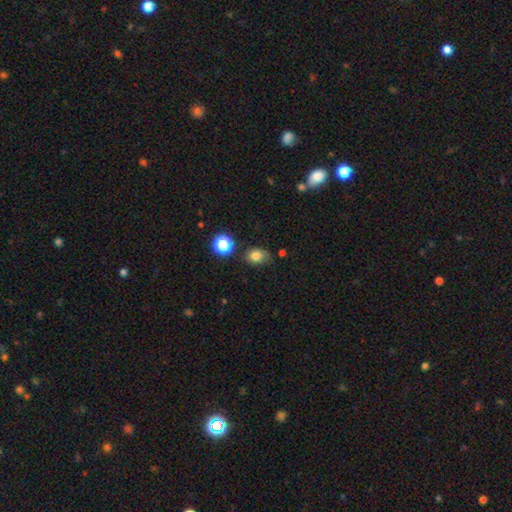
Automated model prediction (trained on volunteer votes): smooth-or-featured: smooth: 80% | star or artifact: 13% | featured or disk: 7%
  how-rounded: in between: 54% | round: 45% | cigar-shaped: 1%
  merging: none: 62% | minor disturbance: 26% | major disturbance: 7% | merger: 5%